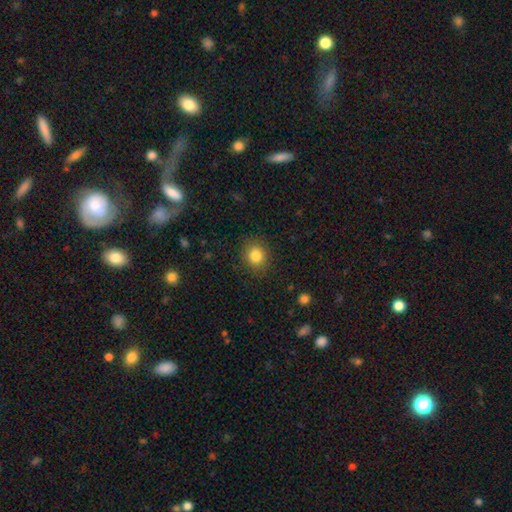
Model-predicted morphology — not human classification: This is clearly a smooth galaxy (83%). How rounded: likely round (78%). Merging: clearly none (88%).